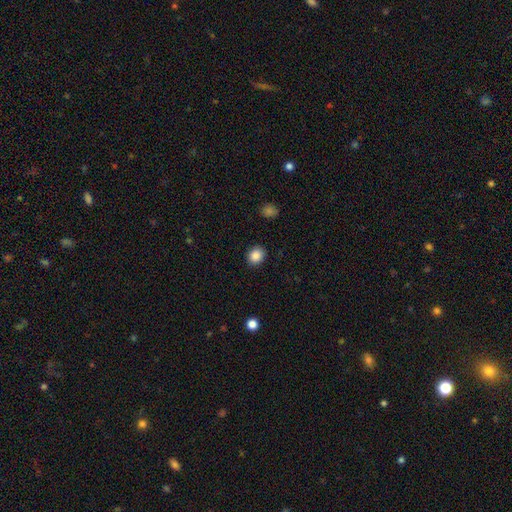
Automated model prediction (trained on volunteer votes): Smooth or featured? smooth (88%)
How rounded? round (61%)
Merging? none (89%)